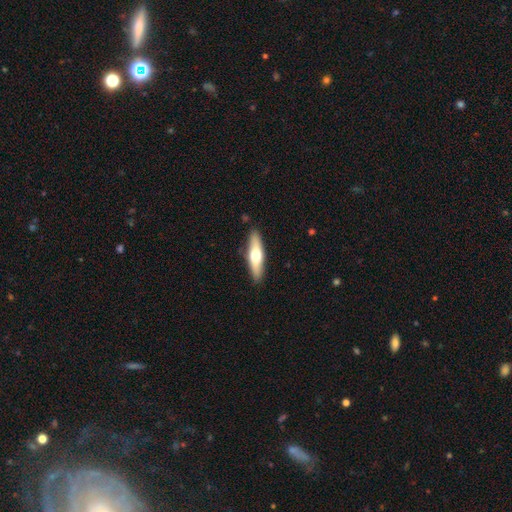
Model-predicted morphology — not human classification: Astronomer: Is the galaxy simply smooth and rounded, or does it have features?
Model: smooth — 55% (runner-up: featured or disk, 40%).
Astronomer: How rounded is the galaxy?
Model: cigar-shaped — 67%.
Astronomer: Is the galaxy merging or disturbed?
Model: none — 87%.